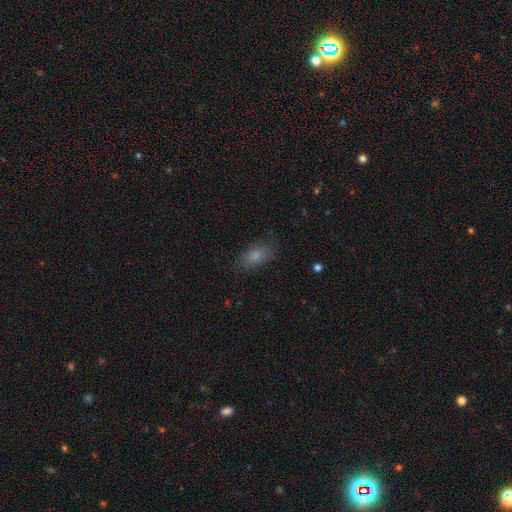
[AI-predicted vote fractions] A smooth galaxy with no disk features (82%) that is in between round and cigar-shaped (86%). Merging: none (81%).